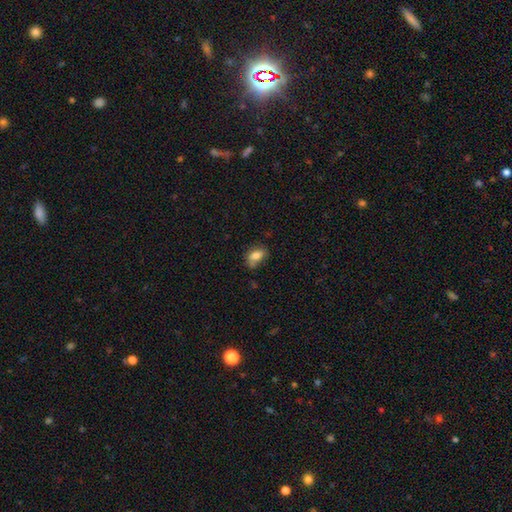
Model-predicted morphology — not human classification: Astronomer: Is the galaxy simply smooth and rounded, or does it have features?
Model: smooth — 80%.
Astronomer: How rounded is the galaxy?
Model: in between — 85%.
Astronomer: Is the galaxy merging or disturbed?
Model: none — 53% (runner-up: minor disturbance, 29%).